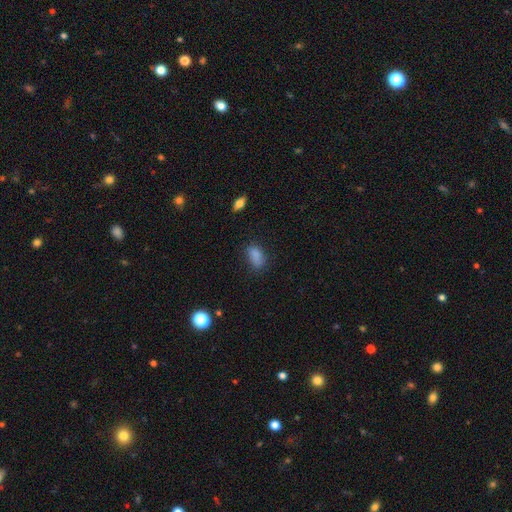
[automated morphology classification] Smooth or featured? Predicted: smooth (p=0.84). How rounded? Predicted: in between (p=0.88). Merging? Predicted: none (p=0.68).